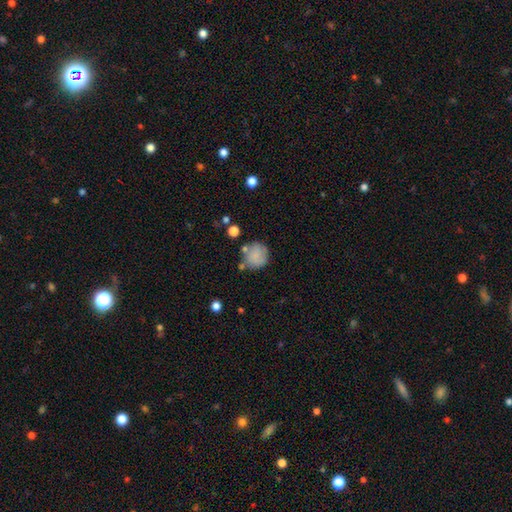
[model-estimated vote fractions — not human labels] Morphology: type=smooth (83%); roundness=round (89%); merging=none (68%).